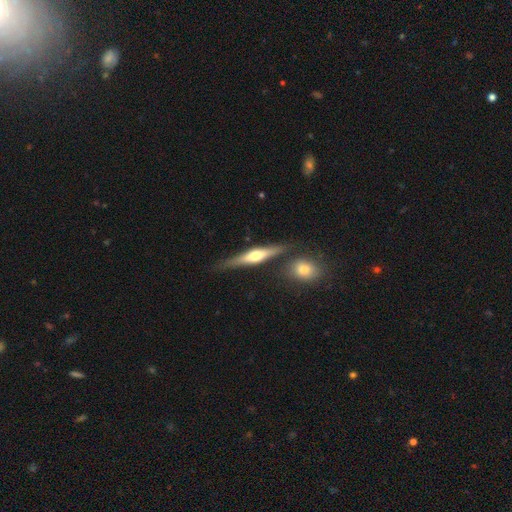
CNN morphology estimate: Overall: featured or disk (64%; smooth 30%). Edge-on disk: yes (95%). Edge-on bulge: rounded (90%). Merging: none (79%).